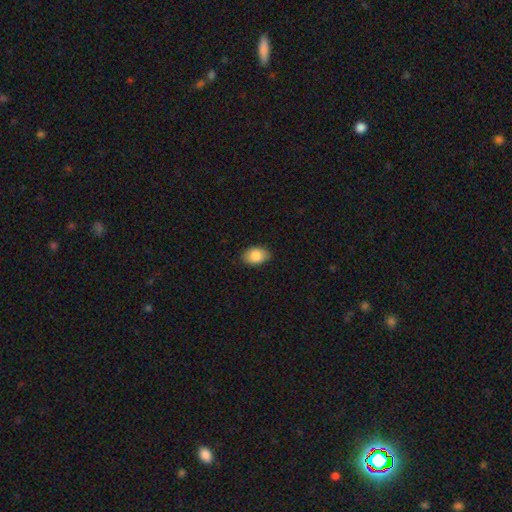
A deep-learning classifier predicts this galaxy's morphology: smooth-or-featured: smooth: 85% | star or artifact: 7% | featured or disk: 7%
  how-rounded: in between: 84% | round: 15% | cigar-shaped: 1%
  merging: none: 86% | minor disturbance: 11% | major disturbance: 2% | merger: 1%